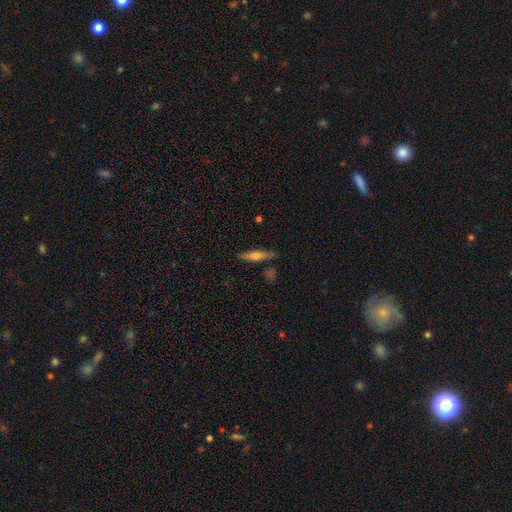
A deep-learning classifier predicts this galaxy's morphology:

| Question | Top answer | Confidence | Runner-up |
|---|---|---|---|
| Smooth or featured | smooth | 51% | featured or disk (42%) |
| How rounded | cigar-shaped | 81% | in between (17%) |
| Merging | none | 82% | minor disturbance (13%) |